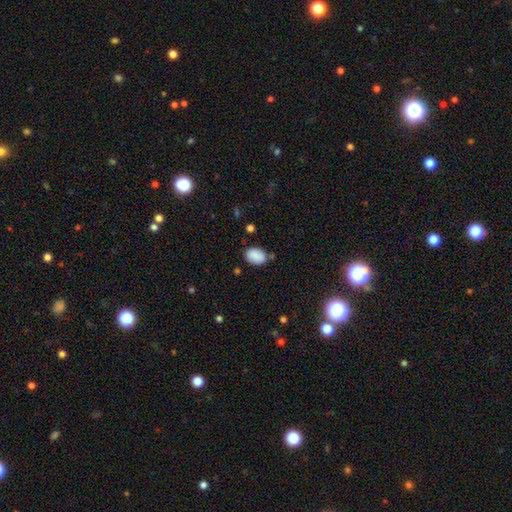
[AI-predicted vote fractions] Morphology: type=smooth (88%); roundness=in between (79%); merging=none (76%).